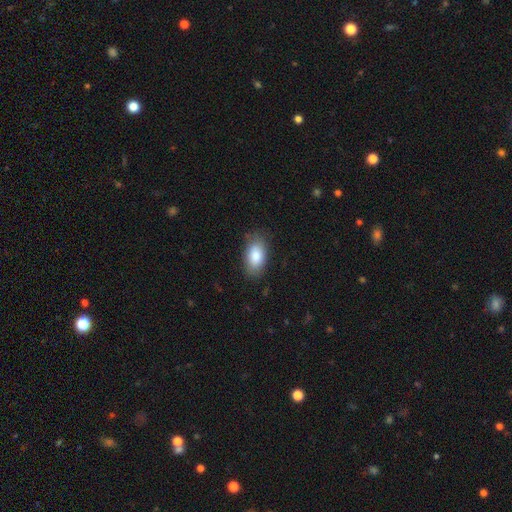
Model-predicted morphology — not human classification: Smooth or featured: smooth — 84% (featured or disk — 9%)
How rounded: in between — 93% (round — 4%)
Merging: none — 79% (minor disturbance — 16%)